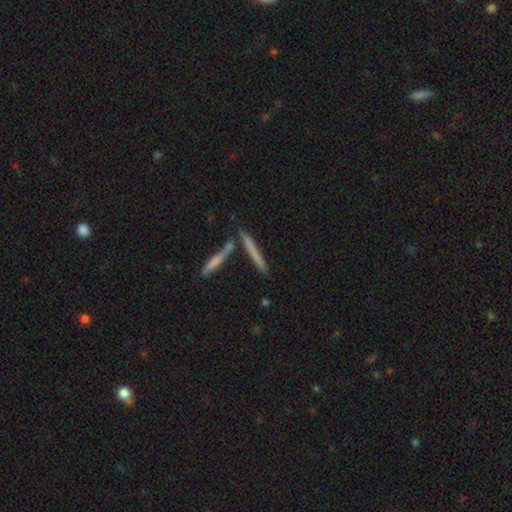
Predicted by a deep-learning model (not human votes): Q: Smooth or featured?
A: smooth (59%); runner-up: featured or disk (34%)
Q: How rounded?
A: cigar-shaped (94%); runner-up: in between (4%)
Q: Merging?
A: none (73%); runner-up: merger (15%)